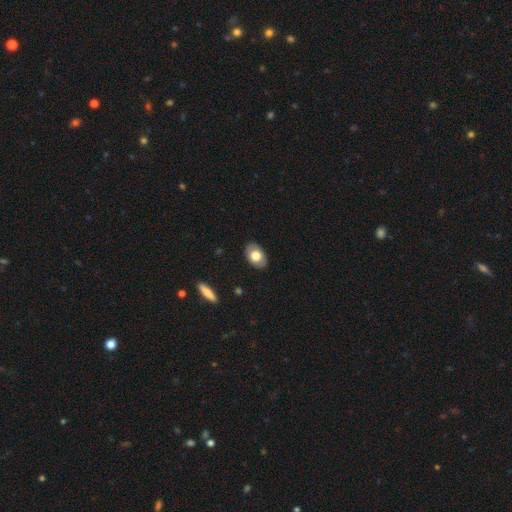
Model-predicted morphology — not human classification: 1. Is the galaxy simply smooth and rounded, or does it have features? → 67% smooth, 26% featured or disk, 7% star or artifact.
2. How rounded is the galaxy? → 83% in between, 15% round, 1% cigar-shaped.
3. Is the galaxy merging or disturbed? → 85% none, 12% minor disturbance, 2% major disturbance, 1% merger.